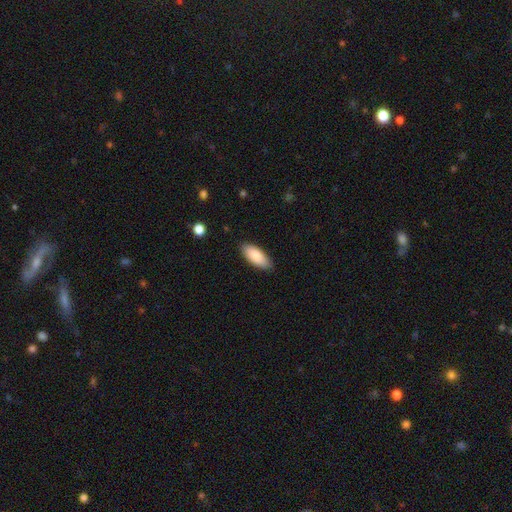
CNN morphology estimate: smooth 86%, featured or disk 9%, star or artifact 6%. Down the decision tree: how rounded — in between (82%); merging — none (87%).